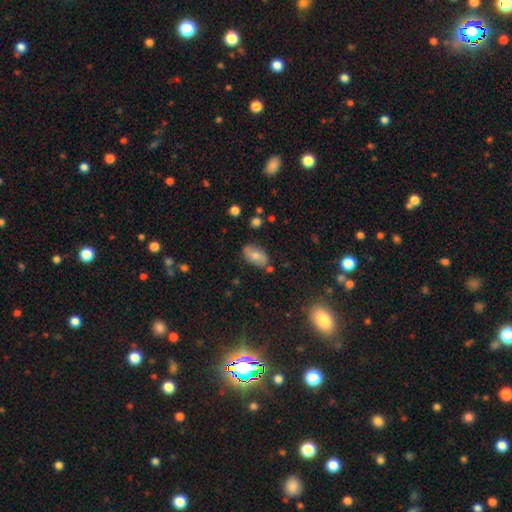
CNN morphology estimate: type=smooth (64%); roundness=in between (91%); merging=none (74%).